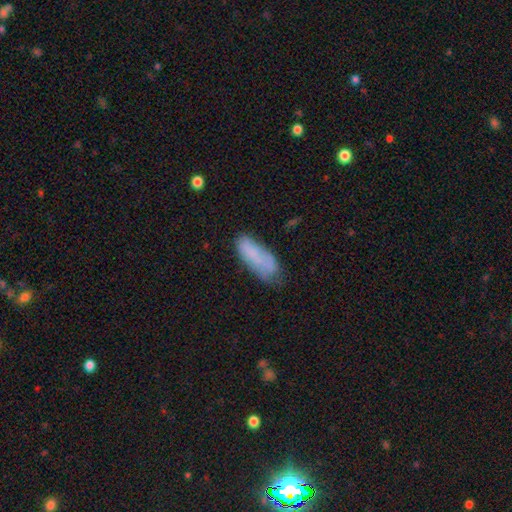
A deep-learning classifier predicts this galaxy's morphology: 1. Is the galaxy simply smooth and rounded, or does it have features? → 72% smooth, 20% featured or disk, 8% star or artifact.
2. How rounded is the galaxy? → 73% in between, 25% cigar-shaped, 2% round.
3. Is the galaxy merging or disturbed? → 50% none, 32% minor disturbance, 12% major disturbance, 5% merger.